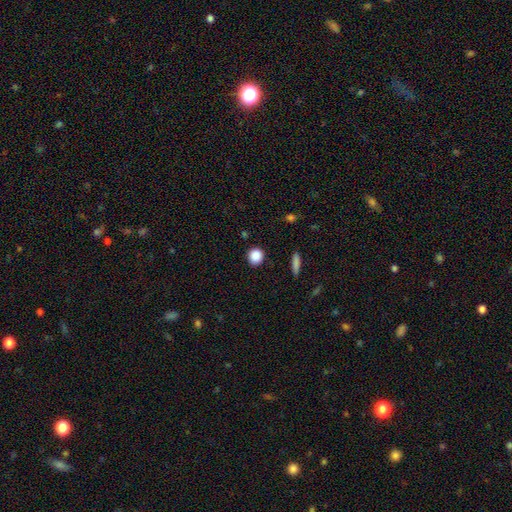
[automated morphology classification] smooth_or_featured: smooth (p=0.87) [alt: star or artifact p=0.09]
how_rounded: round (p=0.85) [alt: in between p=0.13]
merging: none (p=0.90) [alt: minor disturbance p=0.06]